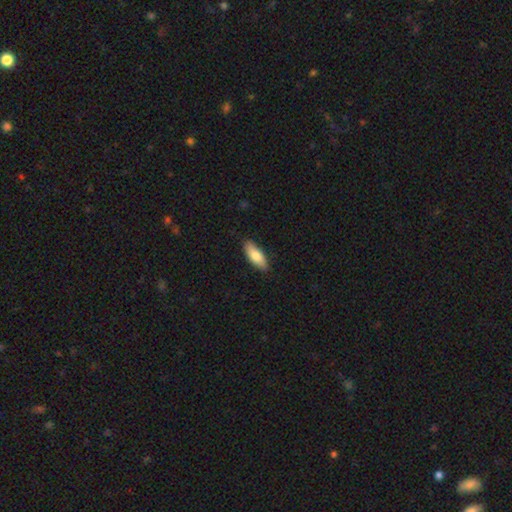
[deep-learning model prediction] Smooth or featured? smooth (82%)
How rounded? in between (74%)
Merging? none (86%)